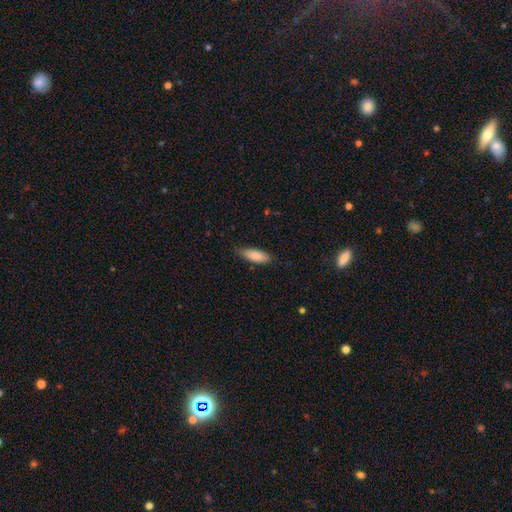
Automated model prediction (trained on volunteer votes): This appears to be a smooth galaxy with no disk features (84%) that is in between round and cigar-shaped (61%). Merging: none (82%).